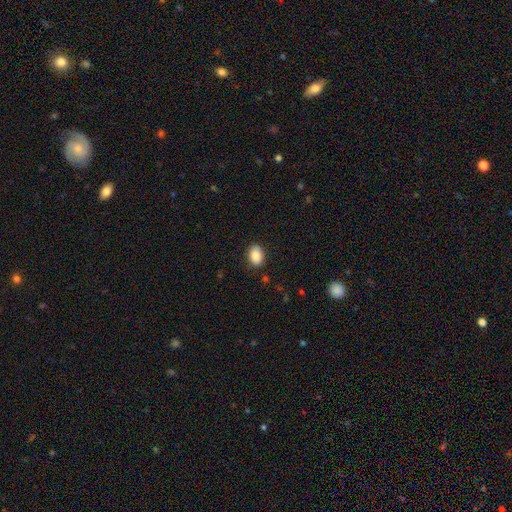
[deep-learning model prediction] smooth_or_featured: smooth (p=0.86) [alt: star or artifact p=0.08]
how_rounded: in between (p=0.81) [alt: round p=0.18]
merging: none (p=0.86) [alt: minor disturbance p=0.10]